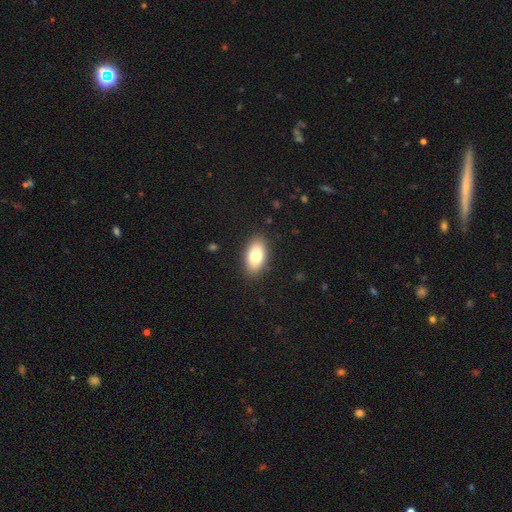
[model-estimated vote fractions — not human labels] This is likely a smooth galaxy (79%). How rounded: clearly in between (92%). Merging: clearly none (87%).